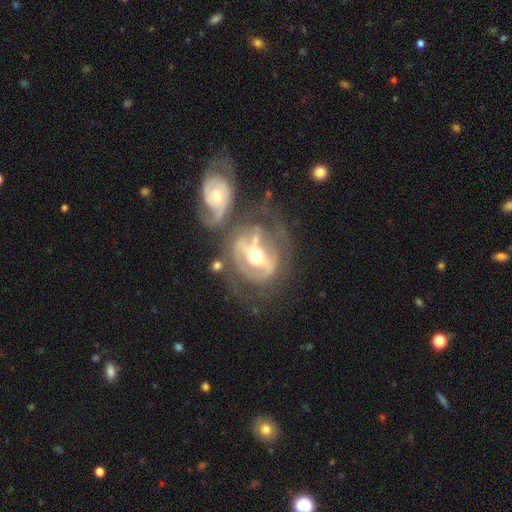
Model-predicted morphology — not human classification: smooth-or-featured: featured or disk: 84% | smooth: 11% | star or artifact: 5%
  disk-edge-on: no: 93% | yes: 7%
    bar: strong: 64% | weak: 22% | no: 14%
    has-spiral-arms: yes: 70% | no: 30%
      spiral-winding: tight: 45% | medium: 38% | loose: 17%
      spiral-arm-count: 2: 63% | can't tell: 20% | 1: 8% | 3: 6% | 4: 2% | more than 4: 2%
    bulge-size: moderate: 73% | small: 14% | large: 10% | dominant: 1% | none: 1%
  merging: merger: 42% | none: 30% | major disturbance: 14% | minor disturbance: 13%